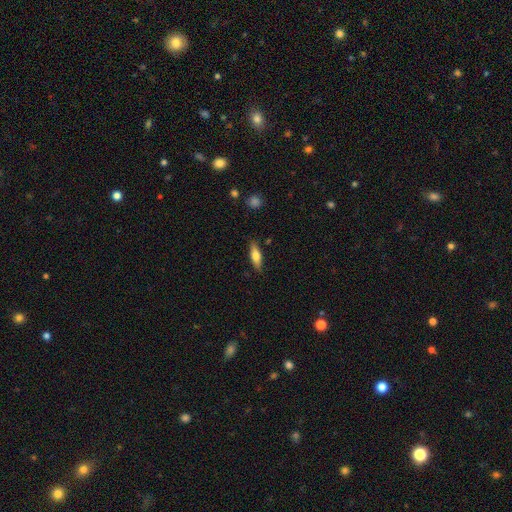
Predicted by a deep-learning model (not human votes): This is likely a smooth galaxy (68%). How rounded: possibly in between (52%). Merging: clearly none (84%).